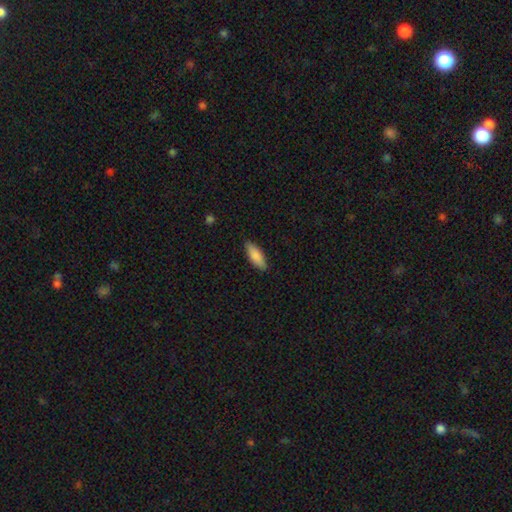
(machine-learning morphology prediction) This appears to be a smooth galaxy with no disk features (85%) that is in between round and cigar-shaped (64%). Merging: none (85%).